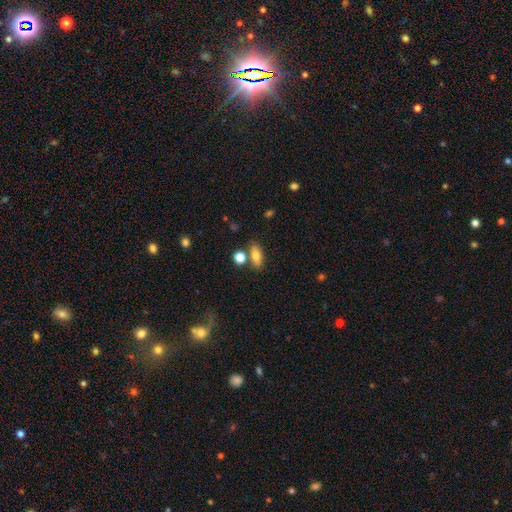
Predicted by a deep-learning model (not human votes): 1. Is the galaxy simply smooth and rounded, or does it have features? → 76% smooth, 14% featured or disk, 9% star or artifact.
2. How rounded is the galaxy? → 77% in between, 14% cigar-shaped, 9% round.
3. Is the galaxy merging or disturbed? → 71% none, 13% merger, 12% minor disturbance, 4% major disturbance.